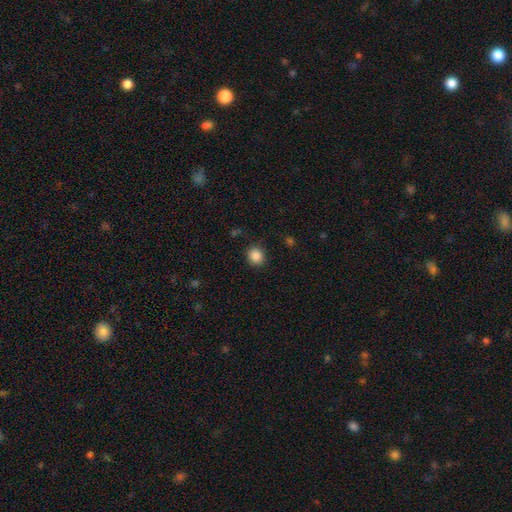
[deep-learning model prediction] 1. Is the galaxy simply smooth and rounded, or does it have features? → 87% smooth, 10% star or artifact, 3% featured or disk.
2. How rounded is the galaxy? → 86% round, 13% in between, 1% cigar-shaped.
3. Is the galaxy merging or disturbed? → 87% none, 9% minor disturbance, 3% major disturbance, 1% merger.